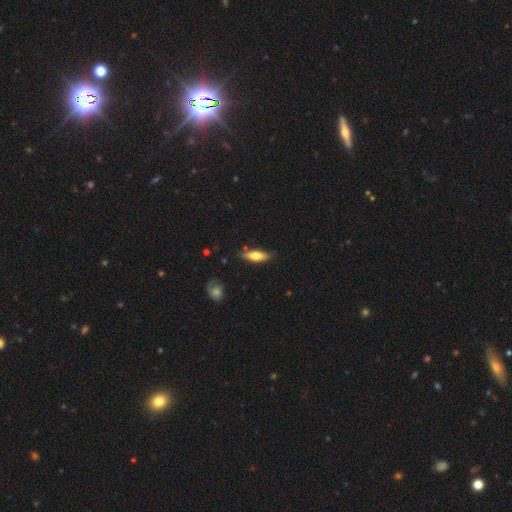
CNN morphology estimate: A smooth galaxy with no disk features (68%) that is in between round and cigar-shaped (56%).

Vote fractions:
- Smooth or featured? smooth: 68% / featured or disk: 26% / star or artifact: 6%
- How rounded? in between: 56% / cigar-shaped: 42% / round: 2%
- Merging? none: 80% / minor disturbance: 15% / major disturbance: 3% / merger: 2%